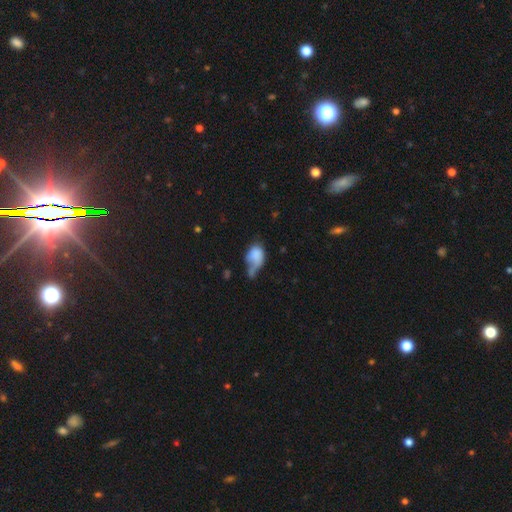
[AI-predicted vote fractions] Smooth or featured?
  - smooth: 75% *
  - featured or disk: 17%
  - star or artifact: 8%
How rounded?
  - in between: 73% *
  - round: 25%
  - cigar-shaped: 2%
Merging?
  - major disturbance: 32% *
  - minor disturbance: 26%
  - none: 22%
  - merger: 19%